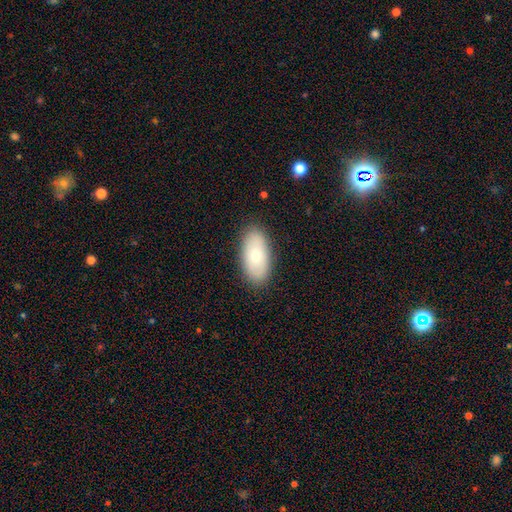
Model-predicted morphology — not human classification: This is likely a smooth galaxy (74%). How rounded: clearly in between (93%). Merging: clearly none (87%).